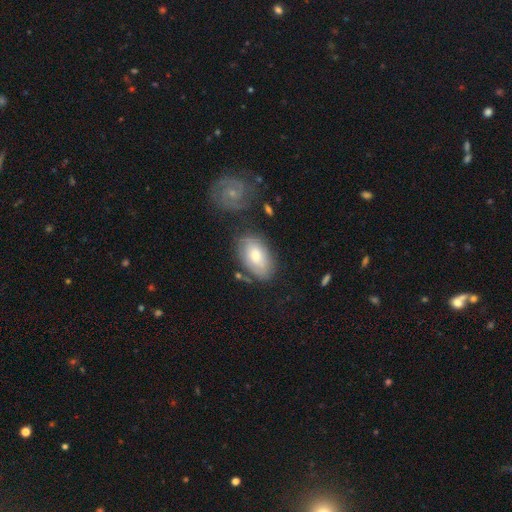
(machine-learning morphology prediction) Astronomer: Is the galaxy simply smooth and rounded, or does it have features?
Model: smooth — 64%.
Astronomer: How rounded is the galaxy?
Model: in between — 92%.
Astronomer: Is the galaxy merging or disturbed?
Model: none — 68%.